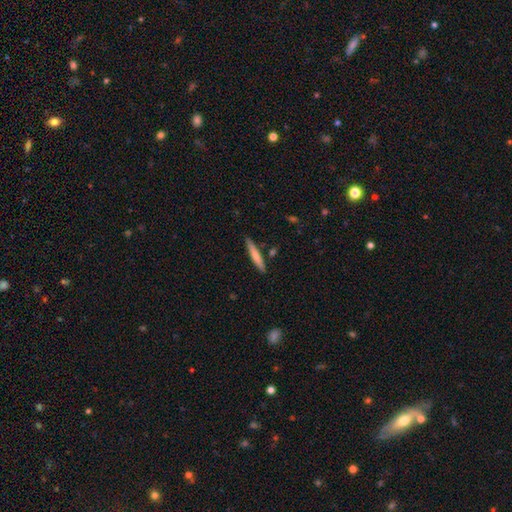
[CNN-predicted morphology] The model was most divided on "smooth or featured": smooth: 67%, featured or disk: 27%, star or artifact: 6%. More confident: how rounded — cigar-shaped (93%); merging — none (85%).